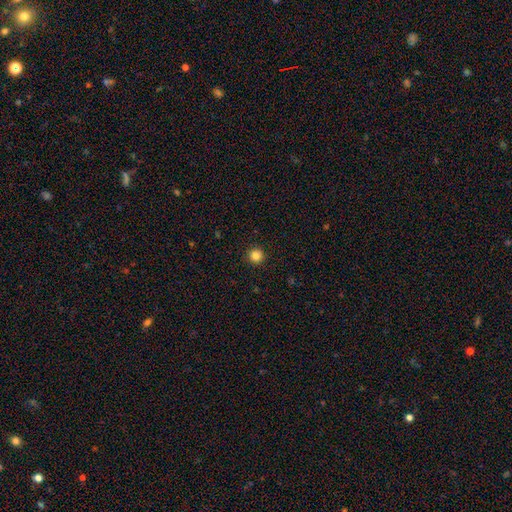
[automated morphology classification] Q: Smooth or featured?
A: smooth (84%); runner-up: star or artifact (12%)
Q: How rounded?
A: round (96%); runner-up: in between (3%)
Q: Merging?
A: none (94%); runner-up: minor disturbance (4%)